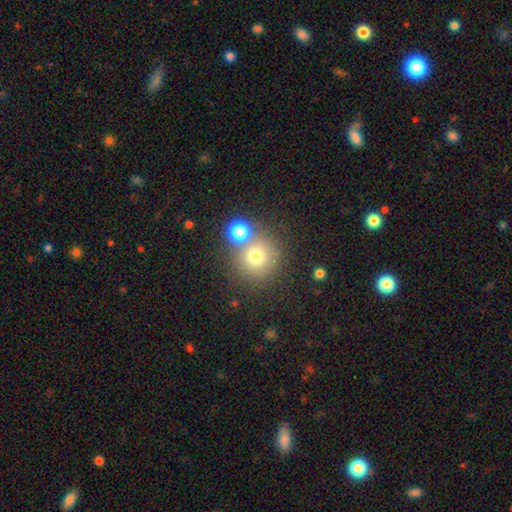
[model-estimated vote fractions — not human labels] This appears to be a smooth galaxy with no disk features (72%) that is round (92%). Merging: none (59%).